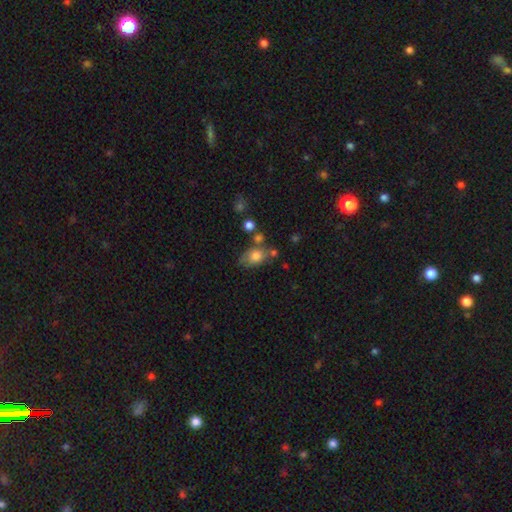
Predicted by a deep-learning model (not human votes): Smooth or featured: smooth — 76% (featured or disk — 14%)
How rounded: in between — 74% (round — 24%)
Merging: none — 52% (minor disturbance — 23%)